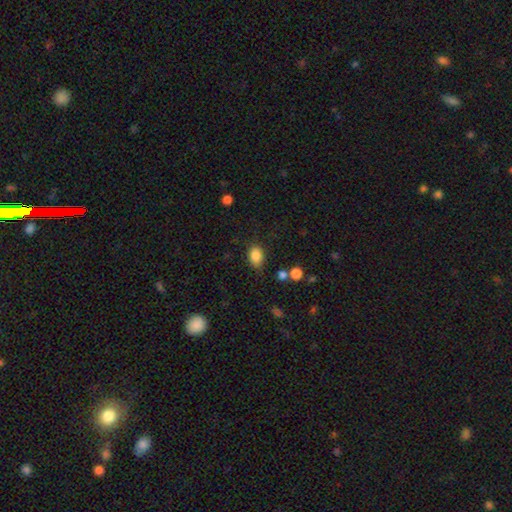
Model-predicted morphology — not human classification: smooth 85%, star or artifact 10%, featured or disk 5%. Down the decision tree: how rounded — in between (74%); merging — none (74%).